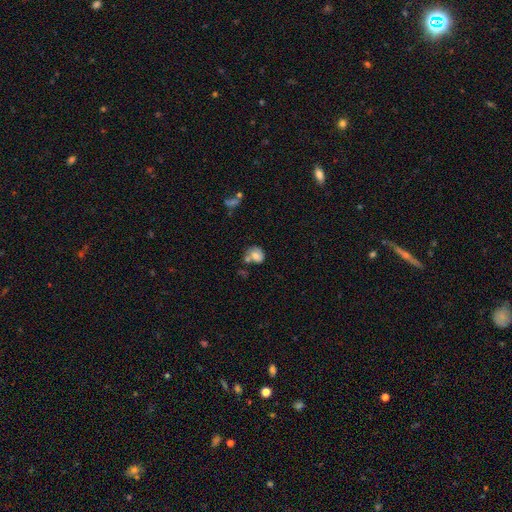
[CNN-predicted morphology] This is likely a smooth galaxy (66%). How rounded: likely round (60%). Merging: marginally none (41%).